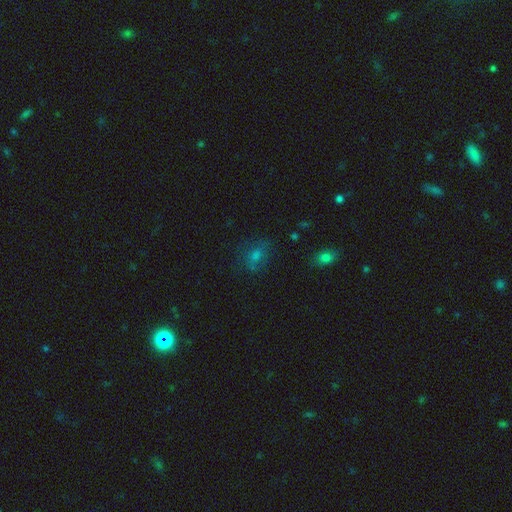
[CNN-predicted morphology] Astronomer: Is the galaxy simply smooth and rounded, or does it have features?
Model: smooth — 55%.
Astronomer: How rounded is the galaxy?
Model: in between — 56% (runner-up: round, 42%).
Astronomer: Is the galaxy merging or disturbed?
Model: none — 65%.